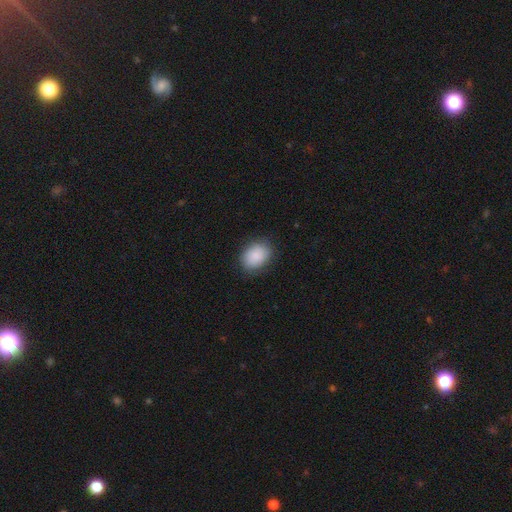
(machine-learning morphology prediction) Smooth or featured? smooth (89%)
How rounded? in between (68%)
Merging? none (84%)